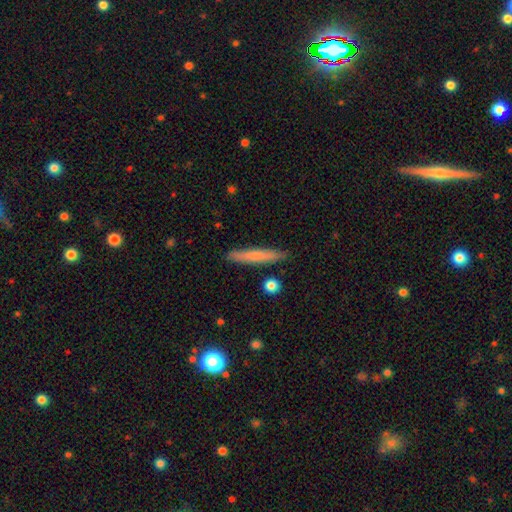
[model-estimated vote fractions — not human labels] Morphology: type=smooth (69%); roundness=cigar-shaped (94%); merging=none (88%).